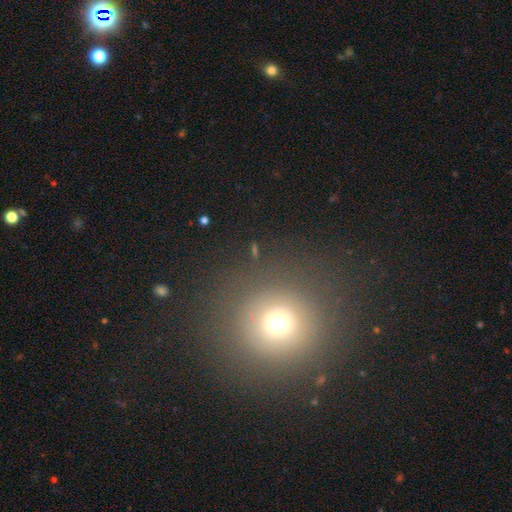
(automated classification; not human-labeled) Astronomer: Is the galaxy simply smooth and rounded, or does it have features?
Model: smooth — 64%.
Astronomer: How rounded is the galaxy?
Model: round — 94%.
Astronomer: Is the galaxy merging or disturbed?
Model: none — 85%.